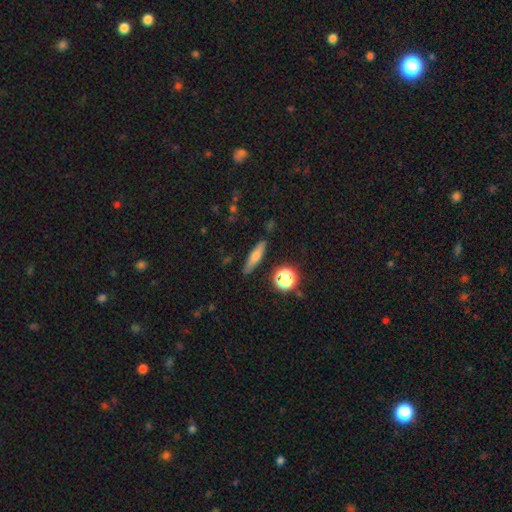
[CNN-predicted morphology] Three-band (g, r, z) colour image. It shows a smooth galaxy with no disk features (66%) that is cigar-shaped (73%). Merging: none (84%).